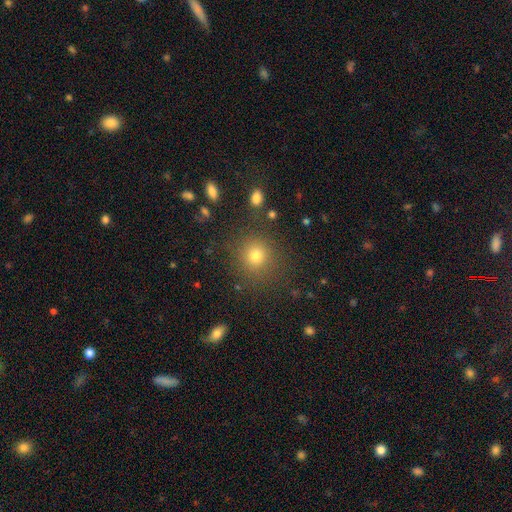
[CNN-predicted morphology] This appears to be a smooth galaxy with no disk features (75%) that is round (90%). Merging: none (86%).